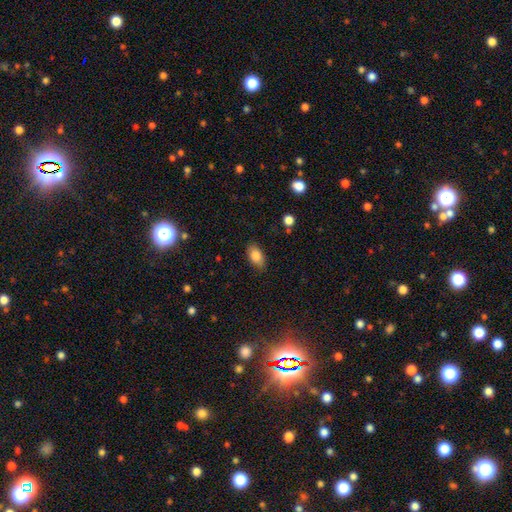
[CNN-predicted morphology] Q: Smooth or featured?
A: smooth (83%); runner-up: featured or disk (9%)
Q: How rounded?
A: in between (90%); runner-up: round (7%)
Q: Merging?
A: none (82%); runner-up: minor disturbance (14%)